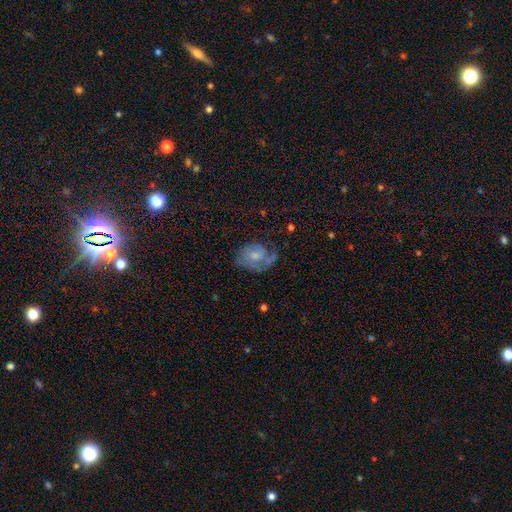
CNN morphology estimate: smooth-or-featured: featured or disk: 59% | smooth: 33% | star or artifact: 8%
  disk-edge-on: no: 97% | yes: 3%
    bar: no: 71% | weak: 25% | strong: 4%
    has-spiral-arms: yes: 75% | no: 25%
    bulge-size: moderate: 49% | small: 35% | none: 7% | large: 7% | dominant: 1%
  merging: none: 46% | minor disturbance: 27% | major disturbance: 24% | merger: 3%